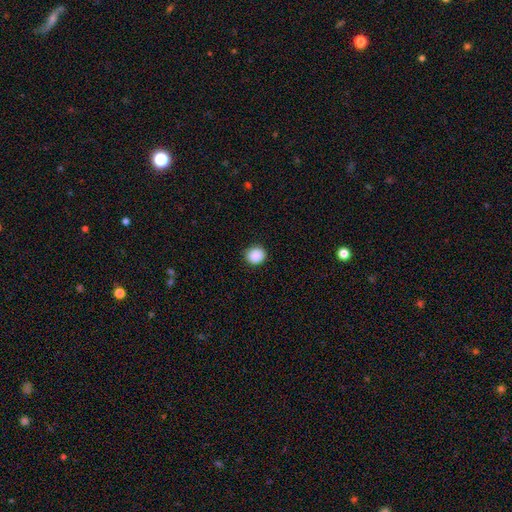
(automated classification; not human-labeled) Smooth or featured: smooth — 89% (star or artifact — 9%)
How rounded: round — 86% (in between — 13%)
Merging: none — 90% (minor disturbance — 7%)